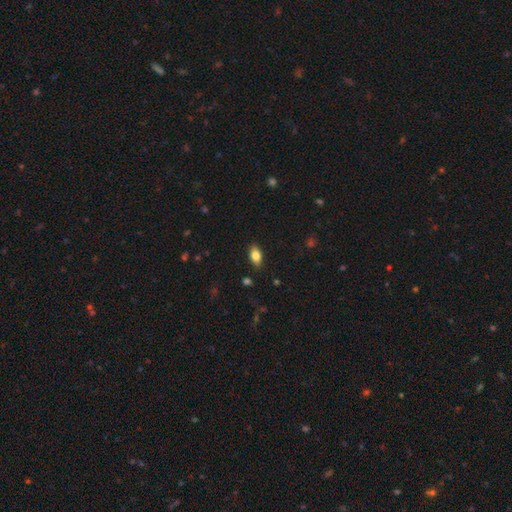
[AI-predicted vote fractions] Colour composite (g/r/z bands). It shows a smooth galaxy with no disk features (80%) that is in between round and cigar-shaped (90%). Merging: none (86%).